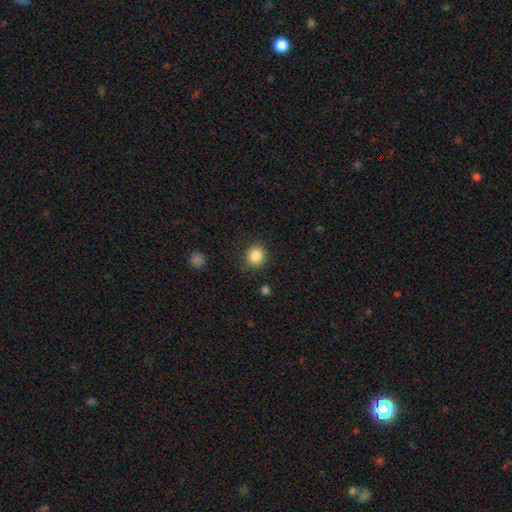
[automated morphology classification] Smooth or featured?
  - smooth: 86% *
  - star or artifact: 10%
  - featured or disk: 4%
How rounded?
  - round: 84% *
  - in between: 15%
  - cigar-shaped: 1%
Merging?
  - none: 88% *
  - minor disturbance: 8%
  - major disturbance: 3%
  - merger: 1%